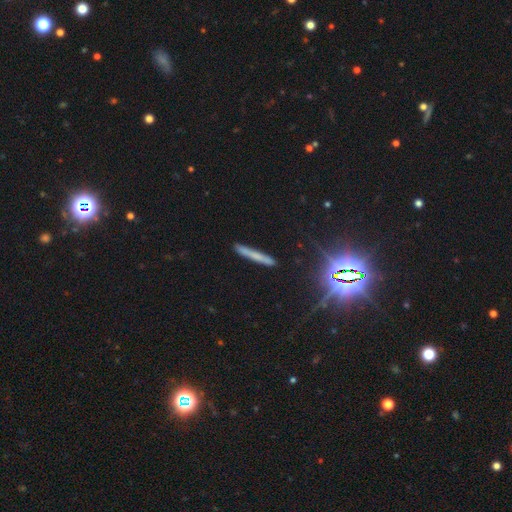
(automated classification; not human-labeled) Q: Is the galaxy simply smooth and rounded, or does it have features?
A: smooth — 56%.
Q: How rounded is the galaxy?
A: cigar-shaped — 95%.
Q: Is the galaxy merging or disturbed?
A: none — 85%.